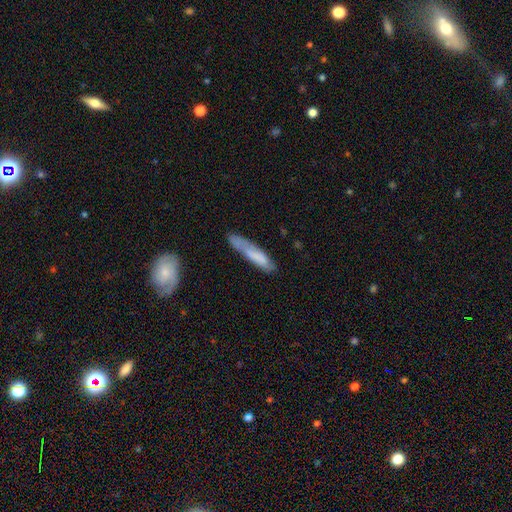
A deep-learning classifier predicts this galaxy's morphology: type=smooth (66%); roundness=cigar-shaped (83%); merging=none (54%).